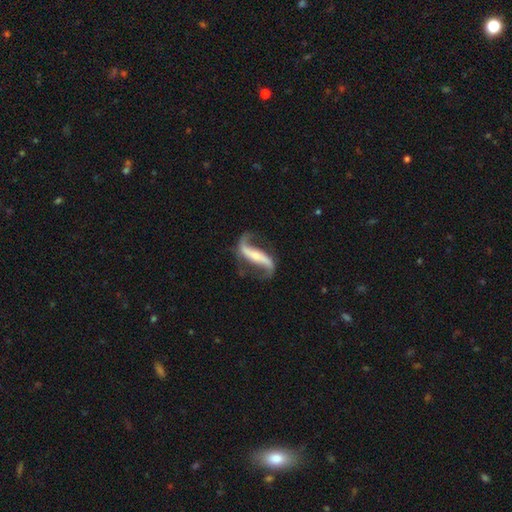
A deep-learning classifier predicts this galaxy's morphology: A featured or disk galaxy (88%) with a strong bar (58%), 2 (91%) loose (80%) spiral arms (95%) and a small central bulge (50%). Merging: none (73%).